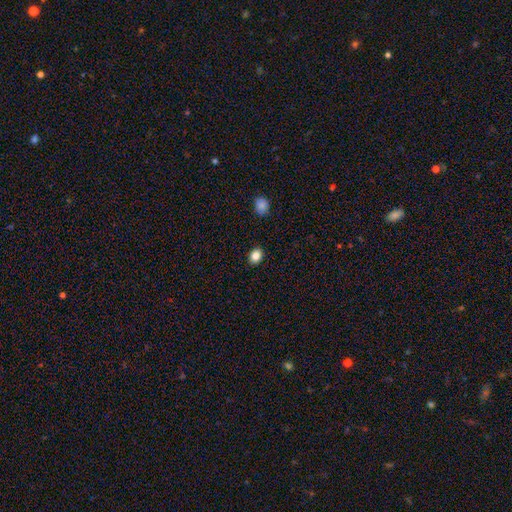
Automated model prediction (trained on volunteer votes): smooth_or_featured: smooth (p=0.85) [alt: star or artifact p=0.10]
how_rounded: in between (p=0.52) [alt: round p=0.47]
merging: none (p=0.90) [alt: minor disturbance p=0.07]